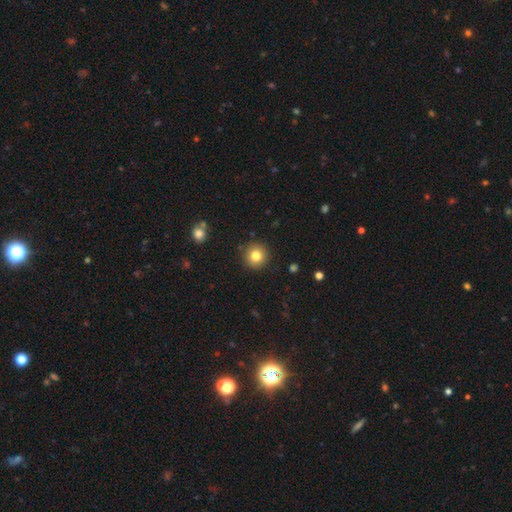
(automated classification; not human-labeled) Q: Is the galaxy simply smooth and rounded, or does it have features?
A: smooth — 81%.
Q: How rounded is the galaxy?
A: round — 95%.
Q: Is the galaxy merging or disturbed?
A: none — 91%.